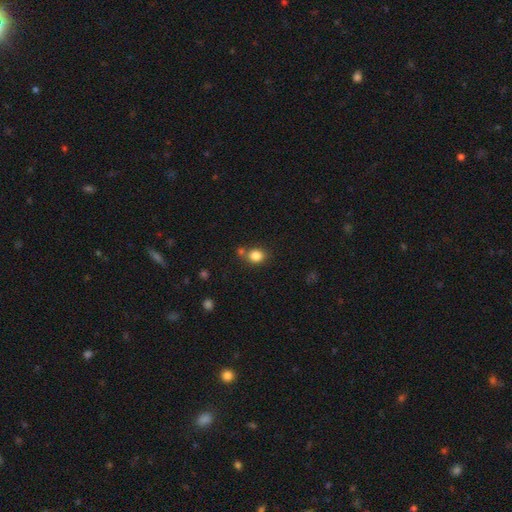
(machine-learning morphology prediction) Smooth or featured?
  - smooth: 84% *
  - star or artifact: 11%
  - featured or disk: 6%
How rounded?
  - round: 66% *
  - in between: 33%
  - cigar-shaped: 1%
Merging?
  - none: 67% *
  - merger: 17%
  - minor disturbance: 12%
  - major disturbance: 4%